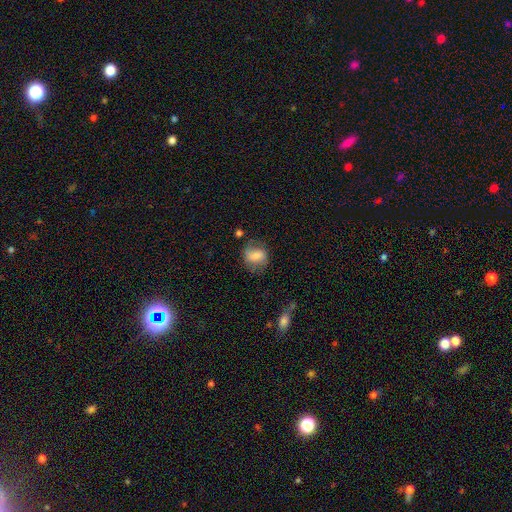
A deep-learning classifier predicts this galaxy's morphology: type=smooth (67%); roundness=in between (51%); merging=none (61%).